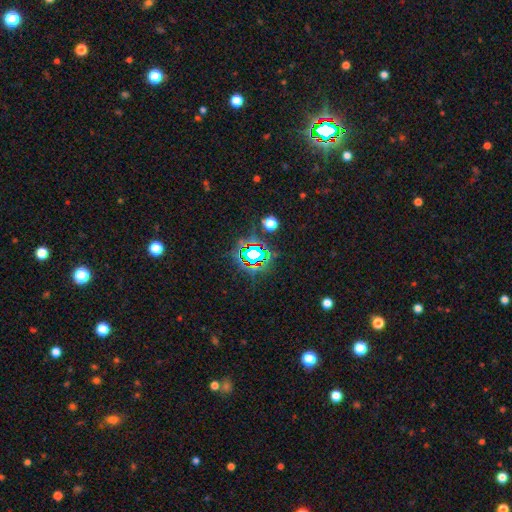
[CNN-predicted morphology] type=star or artifact (70%).